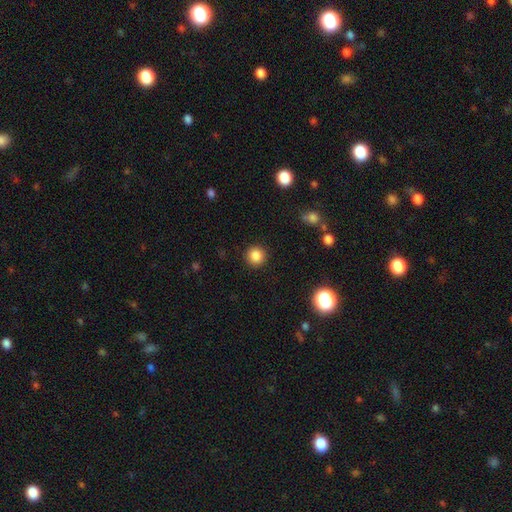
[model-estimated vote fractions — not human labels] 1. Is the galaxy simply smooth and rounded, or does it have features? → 85% smooth, 11% star or artifact, 4% featured or disk.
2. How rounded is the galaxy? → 94% round, 5% in between, 1% cigar-shaped.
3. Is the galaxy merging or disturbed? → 92% none, 5% minor disturbance, 2% major disturbance, 1% merger.